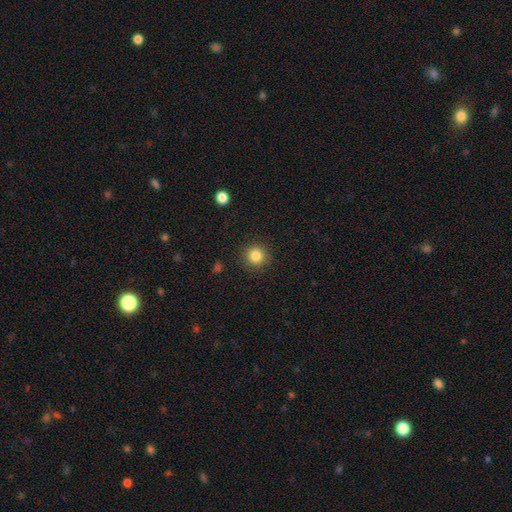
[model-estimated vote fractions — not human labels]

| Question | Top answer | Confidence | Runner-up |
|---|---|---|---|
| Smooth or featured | smooth | 84% | star or artifact (11%) |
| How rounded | round | 93% | in between (6%) |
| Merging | none | 89% | minor disturbance (7%) |